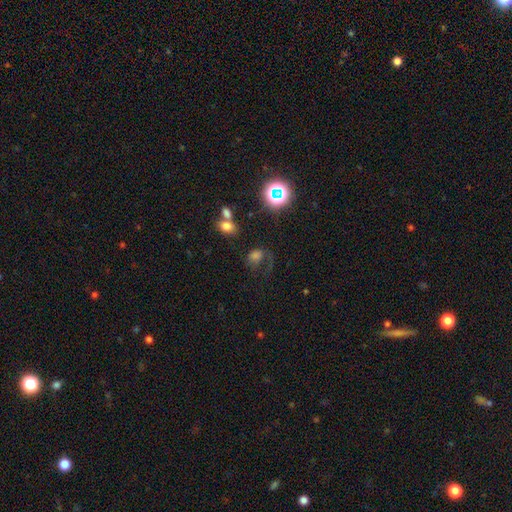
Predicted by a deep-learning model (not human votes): A smooth galaxy with no disk features (54%) that is in between round and cigar-shaped (56%). Merging: major disturbance (37%).